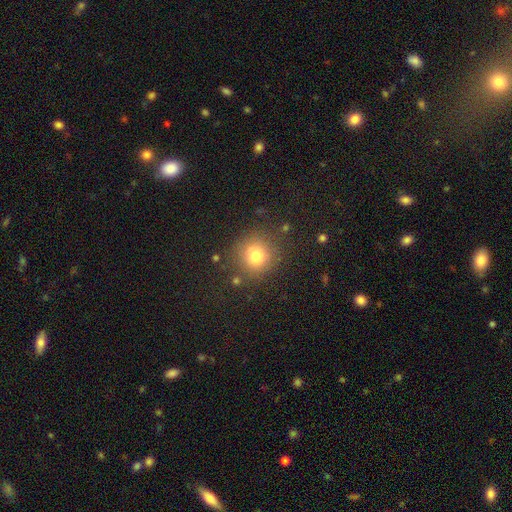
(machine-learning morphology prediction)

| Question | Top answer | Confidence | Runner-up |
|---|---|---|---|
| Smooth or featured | smooth | 78% | star or artifact (15%) |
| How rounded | round | 87% | in between (12%) |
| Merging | none | 79% | minor disturbance (12%) |